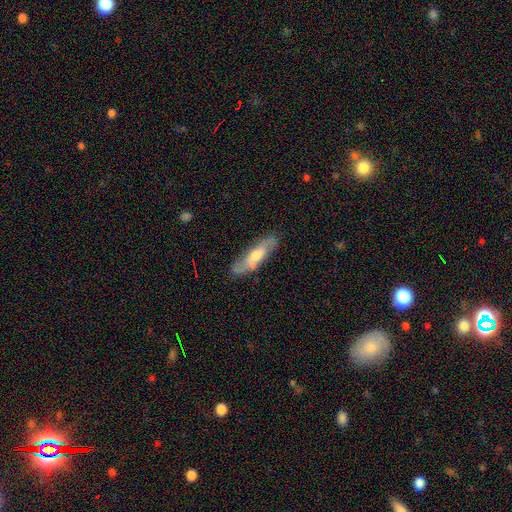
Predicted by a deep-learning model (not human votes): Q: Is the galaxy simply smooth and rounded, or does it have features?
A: featured or disk — 54%.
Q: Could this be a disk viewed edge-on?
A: no — 53%.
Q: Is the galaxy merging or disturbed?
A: none — 80%.